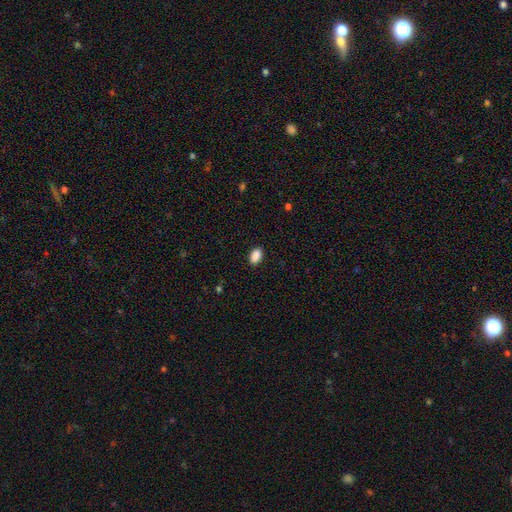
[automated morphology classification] Smooth or featured: smooth — 90% (star or artifact — 8%)
How rounded: in between — 90% (round — 8%)
Merging: none — 89% (minor disturbance — 8%)